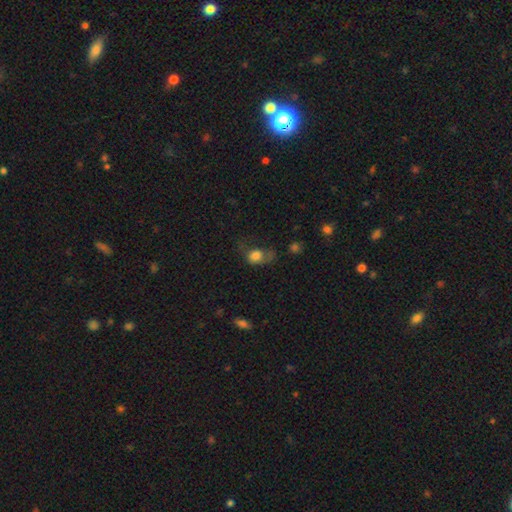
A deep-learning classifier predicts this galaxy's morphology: This appears to be a smooth galaxy with no disk features (74%) that is in between round and cigar-shaped (53%). Merging: major disturbance (47%).